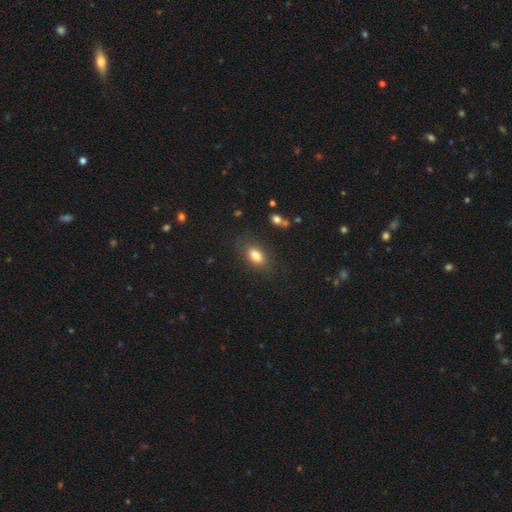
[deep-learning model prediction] A smooth galaxy with no disk features (81%) that is in between round and cigar-shaped (88%).

Vote fractions:
- Smooth or featured? smooth: 81% / featured or disk: 10% / star or artifact: 9%
- How rounded? in between: 88% / round: 7% / cigar-shaped: 5%
- Merging? none: 80% / minor disturbance: 13% / major disturbance: 5% / merger: 2%